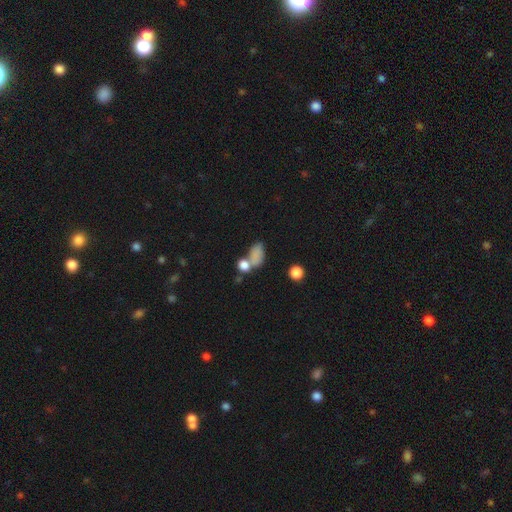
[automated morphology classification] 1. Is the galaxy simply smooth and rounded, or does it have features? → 77% smooth, 12% star or artifact, 11% featured or disk.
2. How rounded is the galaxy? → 80% in between, 16% round, 4% cigar-shaped.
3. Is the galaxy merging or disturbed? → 39% merger, 33% none, 16% minor disturbance, 12% major disturbance.